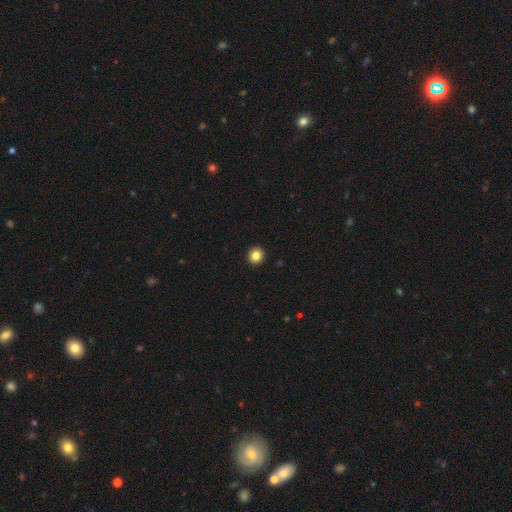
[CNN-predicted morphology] Smooth or featured? Predicted: smooth (p=0.84). How rounded? Predicted: round (p=0.89). Merging? Predicted: none (p=0.94).